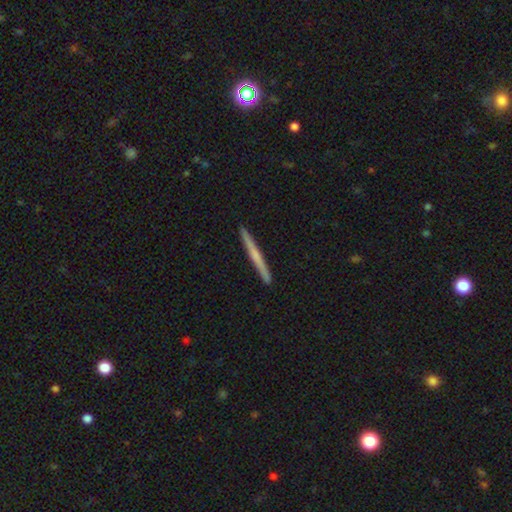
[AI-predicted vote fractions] Smooth or featured? featured or disk (49%)
Merging? none (93%)